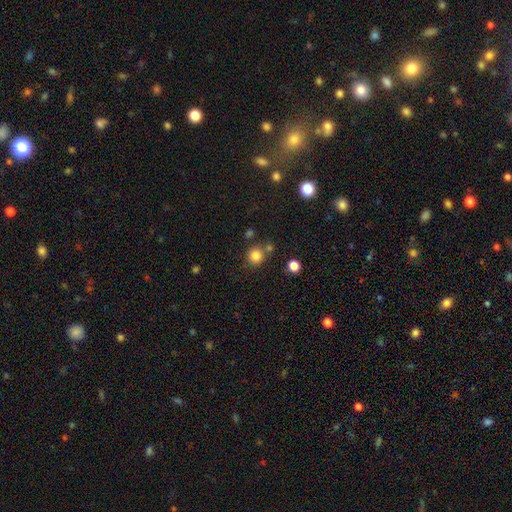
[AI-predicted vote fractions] Smooth or featured? Predicted: smooth (p=0.81). How rounded? Predicted: round (p=0.92). Merging? Predicted: none (p=0.76).